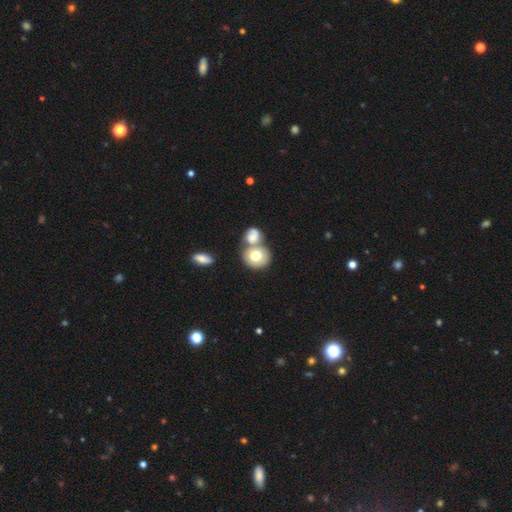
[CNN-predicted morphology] A smooth galaxy with no disk features (70%) that is round (70%).

Vote fractions:
- Smooth or featured? smooth: 70% / featured or disk: 22% / star or artifact: 8%
- How rounded? round: 70% / in between: 29% / cigar-shaped: 1%
- Merging? merger: 49% / none: 37% / minor disturbance: 10% / major disturbance: 4%